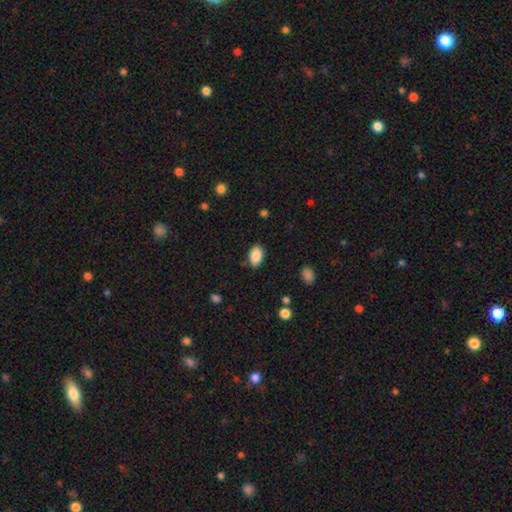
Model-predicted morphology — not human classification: A smooth galaxy with no disk features (89%) that is in between round and cigar-shaped (93%).

Vote fractions:
- Smooth or featured? smooth: 89% / star or artifact: 7% / featured or disk: 4%
- How rounded? in between: 93% / round: 6% / cigar-shaped: 1%
- Merging? none: 86% / minor disturbance: 11% / major disturbance: 3% / merger: 1%